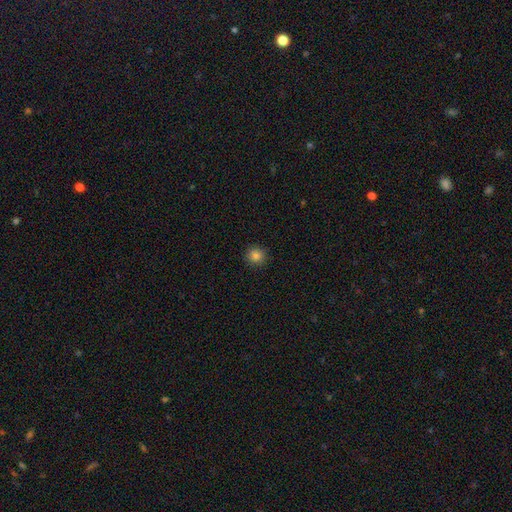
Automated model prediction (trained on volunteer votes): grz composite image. It shows a smooth galaxy with no disk features (82%) that is round (94%). Merging: none (92%).